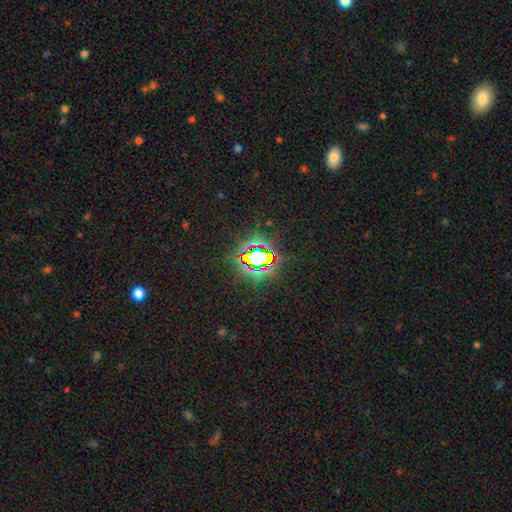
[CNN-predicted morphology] This appears to be a star or artifact, not a galaxy (77%).